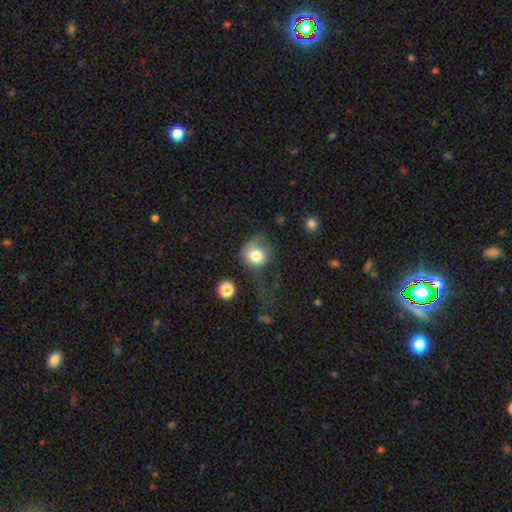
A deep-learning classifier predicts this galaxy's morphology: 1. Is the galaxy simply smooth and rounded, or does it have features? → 74% smooth, 17% featured or disk, 9% star or artifact.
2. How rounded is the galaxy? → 73% round, 26% in between, 1% cigar-shaped.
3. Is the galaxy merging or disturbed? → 46% major disturbance, 26% none, 24% minor disturbance, 4% merger.